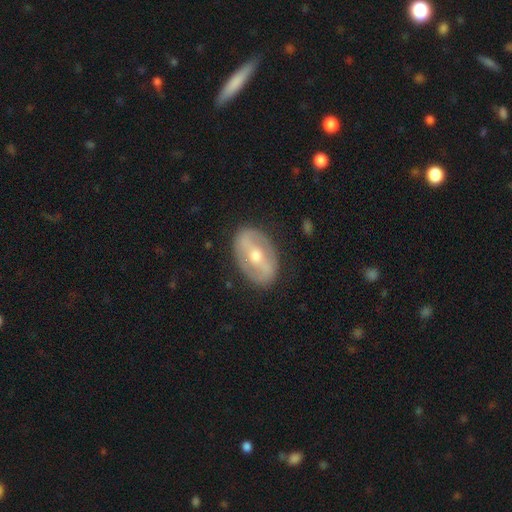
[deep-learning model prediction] featured or disk 70%, smooth 25%, star or artifact 5%. Down the decision tree: edge-on disk — no (92%); bar — strong (49%); spiral arms — no (59%); bulge size — moderate (71%); merging — none (83%).